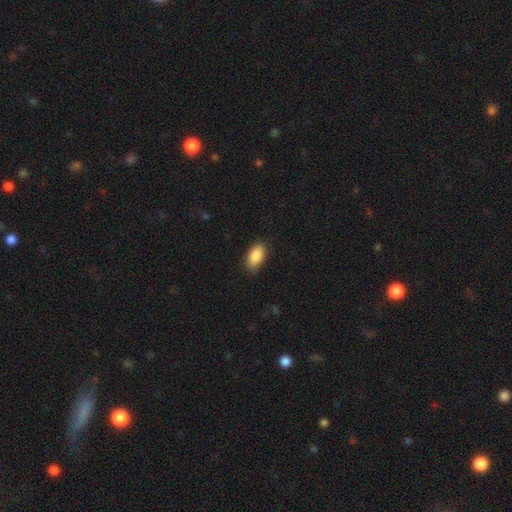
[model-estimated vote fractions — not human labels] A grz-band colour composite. It shows a smooth galaxy with no disk features (89%) that is in between round and cigar-shaped (93%). Merging: none (85%).